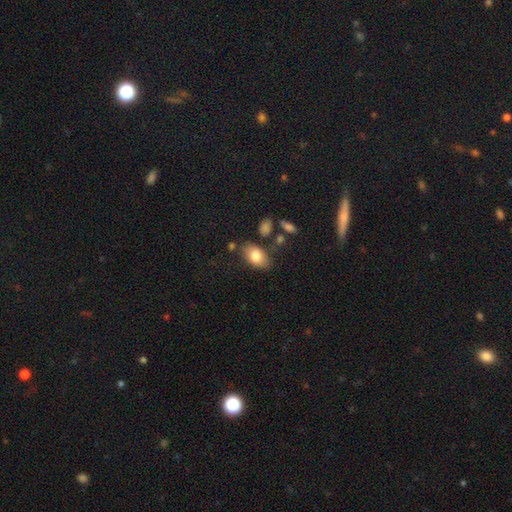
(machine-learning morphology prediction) smooth 80%, featured or disk 13%, star or artifact 7%. Down the decision tree: how rounded — in between (91%); merging — none (74%).